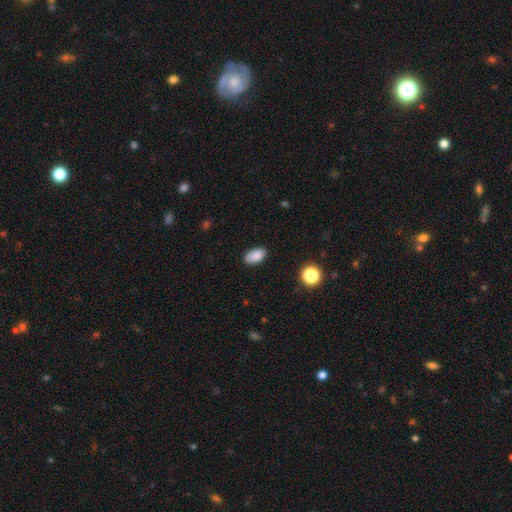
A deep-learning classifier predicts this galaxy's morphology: Q: Smooth or featured?
A: smooth (86%); runner-up: star or artifact (9%)
Q: How rounded?
A: in between (93%); runner-up: round (5%)
Q: Merging?
A: none (84%); runner-up: minor disturbance (12%)